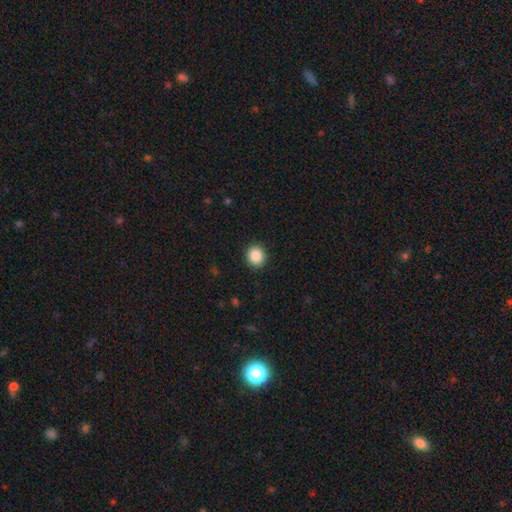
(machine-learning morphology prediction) Smooth or featured?
  - smooth: 88% *
  - star or artifact: 9%
  - featured or disk: 3%
How rounded?
  - round: 84% *
  - in between: 15%
  - cigar-shaped: 1%
Merging?
  - none: 91% *
  - minor disturbance: 6%
  - major disturbance: 2%
  - merger: 1%